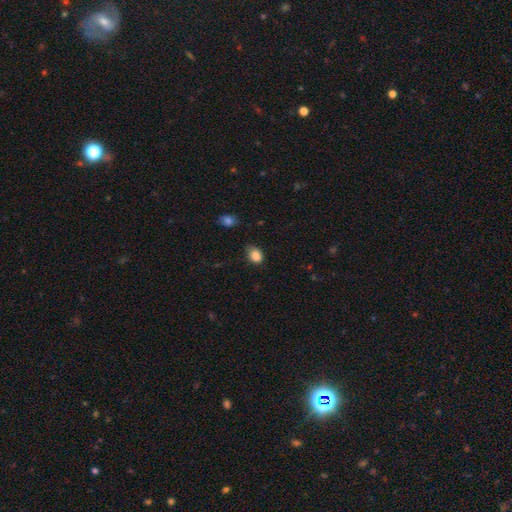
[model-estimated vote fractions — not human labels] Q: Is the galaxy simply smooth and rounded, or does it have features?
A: smooth — 86%.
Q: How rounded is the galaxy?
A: in between — 65%.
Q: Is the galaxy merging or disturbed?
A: none — 70%.